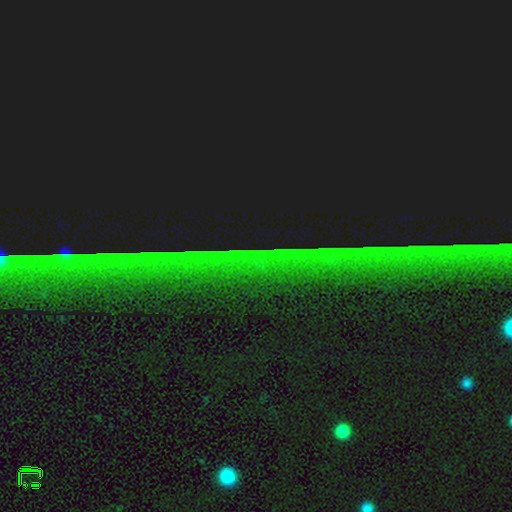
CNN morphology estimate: Smooth or featured? star or artifact (86%)